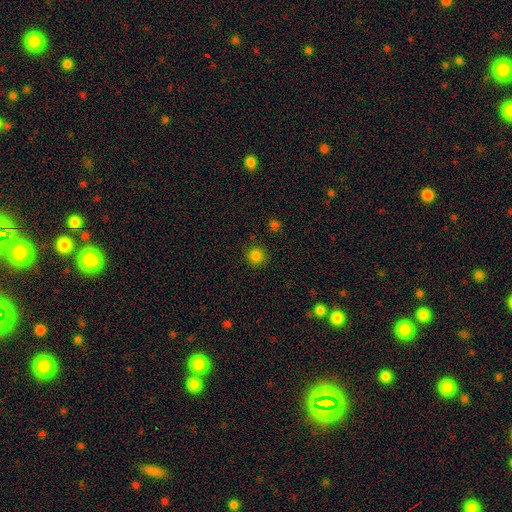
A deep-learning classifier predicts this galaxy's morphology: smooth_or_featured: smooth (p=0.83) [alt: star or artifact p=0.14]
how_rounded: round (p=0.94) [alt: in between p=0.05]
merging: none (p=0.89) [alt: minor disturbance p=0.07]